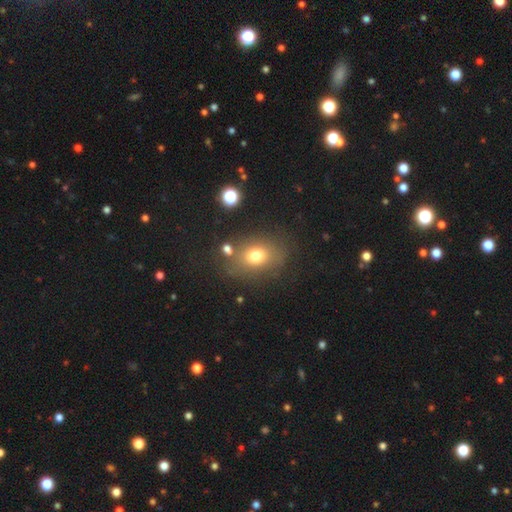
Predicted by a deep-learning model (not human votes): A smooth galaxy with no disk features (73%) that is in between round and cigar-shaped (63%).

Vote fractions:
- Smooth or featured? smooth: 73% / featured or disk: 13% / star or artifact: 13%
- How rounded? in between: 63% / round: 36% / cigar-shaped: 1%
- Merging? none: 71% / minor disturbance: 15% / merger: 7% / major disturbance: 7%